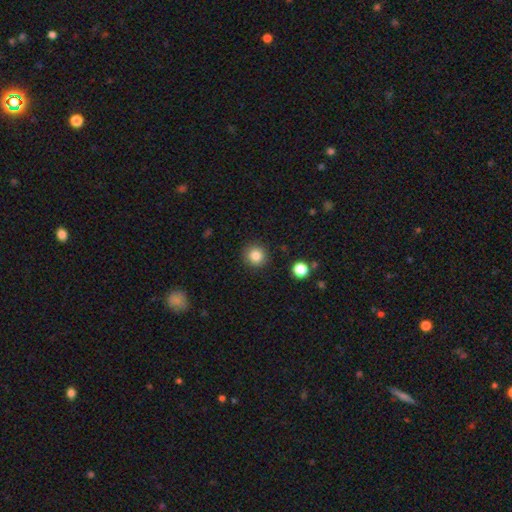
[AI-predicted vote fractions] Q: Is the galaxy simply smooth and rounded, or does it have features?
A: smooth — 83%.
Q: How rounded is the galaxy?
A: round — 94%.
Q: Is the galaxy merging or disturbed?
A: none — 91%.